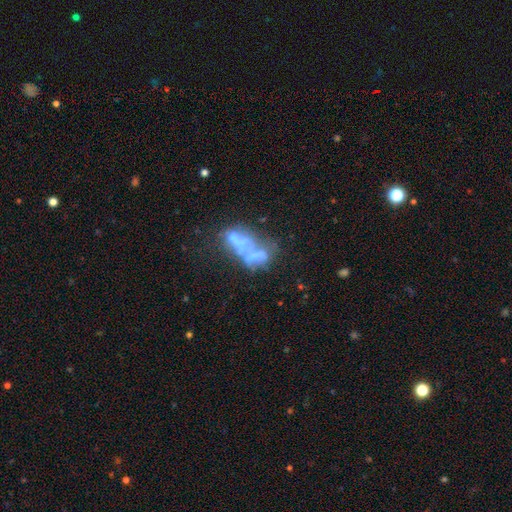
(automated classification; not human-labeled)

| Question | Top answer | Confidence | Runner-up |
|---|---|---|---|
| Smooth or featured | featured or disk | 55% | smooth (28%) |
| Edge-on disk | no | 96% | yes (4%) |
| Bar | no | 91% | weak (6%) |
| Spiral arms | no | 95% | yes (5%) |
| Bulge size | none | 71% | moderate (12%) |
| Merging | merger | 51% | major disturbance (23%) |